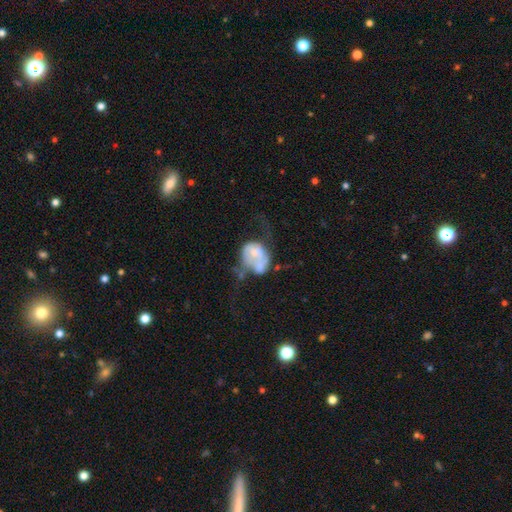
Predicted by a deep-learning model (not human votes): Overall: featured or disk (51%; smooth 40%). Edge-on disk: no (97%). Merging: major disturbance (34%; merger 33%).